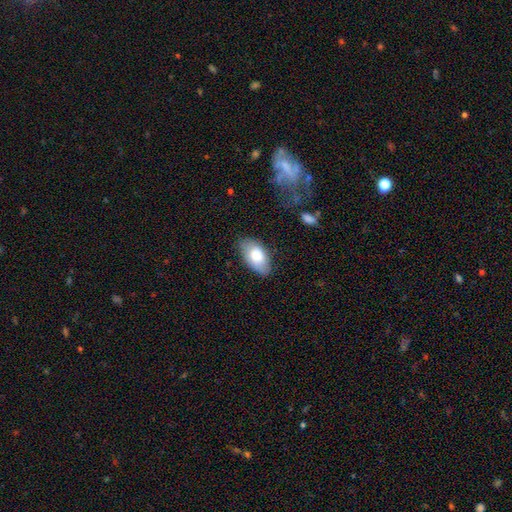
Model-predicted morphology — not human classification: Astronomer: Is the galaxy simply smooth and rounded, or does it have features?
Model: smooth — 78%.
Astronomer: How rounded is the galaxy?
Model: in between — 94%.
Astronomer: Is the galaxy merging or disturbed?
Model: none — 76%.